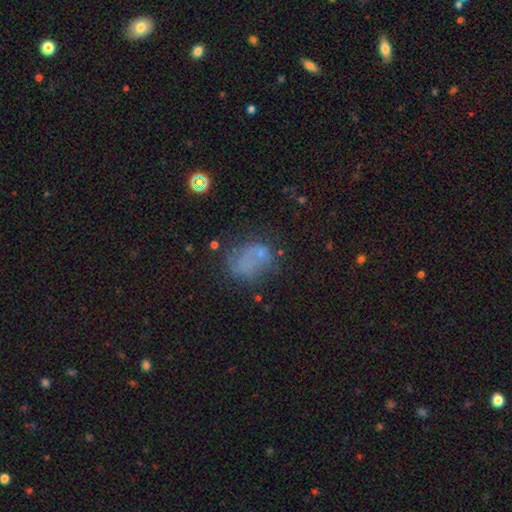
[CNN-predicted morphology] Overall: smooth (55%; featured or disk 24%). How rounded: in between (58%; round 40%). Merging: none (44%; minor disturbance 25%).